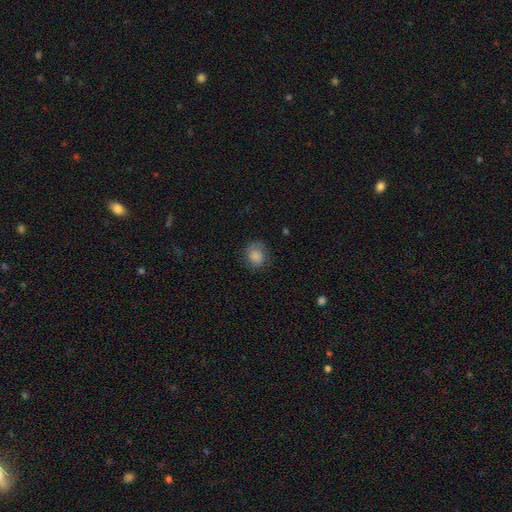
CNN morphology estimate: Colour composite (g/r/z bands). It shows a smooth galaxy with no disk features (80%) that is round (71%). Merging: none (69%).